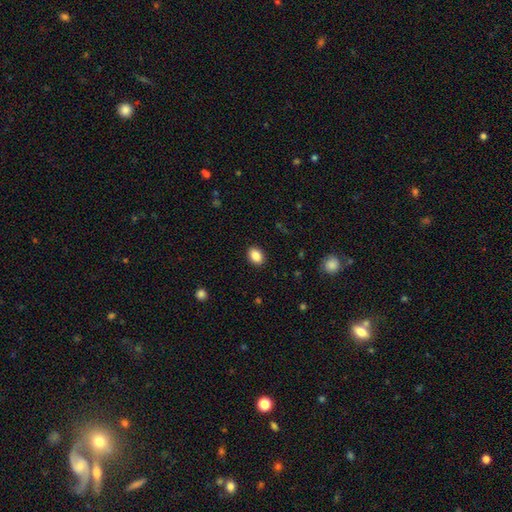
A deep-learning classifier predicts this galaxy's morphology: This appears to be a smooth galaxy with no disk features (88%) that is in between round and cigar-shaped (71%). Merging: none (90%).